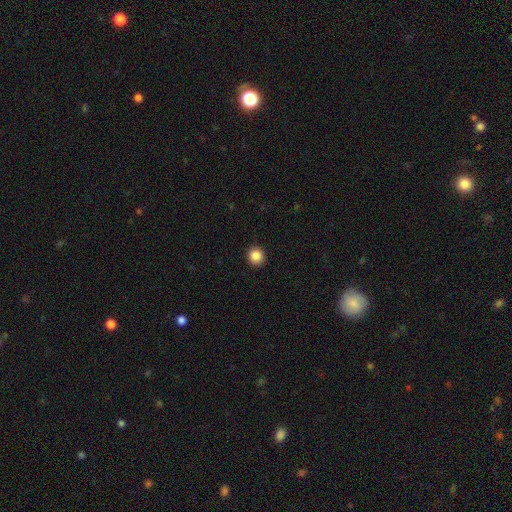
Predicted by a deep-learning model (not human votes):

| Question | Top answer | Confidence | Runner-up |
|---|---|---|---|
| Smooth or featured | smooth | 87% | star or artifact (10%) |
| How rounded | round | 93% | in between (6%) |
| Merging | none | 93% | minor disturbance (5%) |